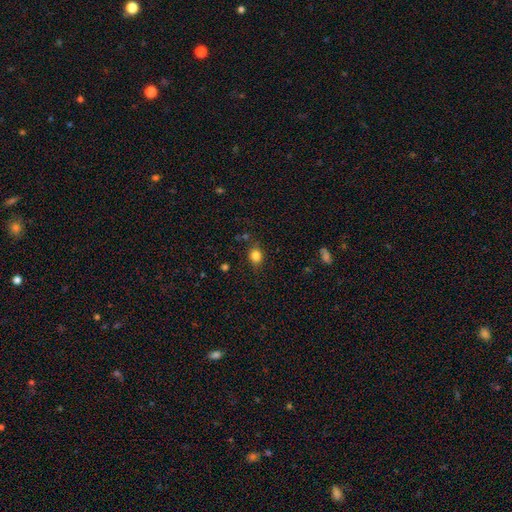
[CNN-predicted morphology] A smooth galaxy with no disk features (83%) that is in between round and cigar-shaped (51%). Merging: none (81%).